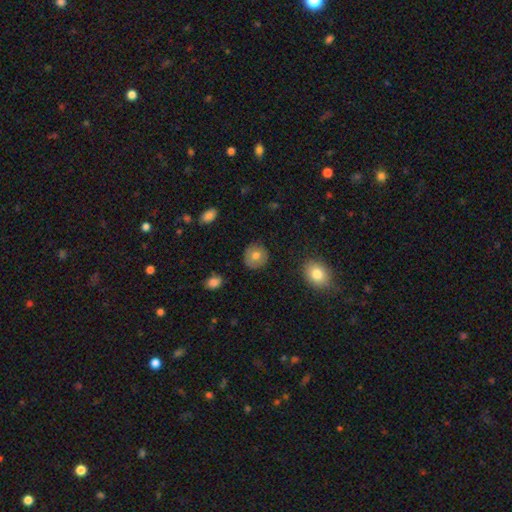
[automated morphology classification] The model was most divided on "smooth or featured": smooth: 72%, featured or disk: 20%, star or artifact: 8%. More confident: how rounded — round (90%); merging — none (85%).